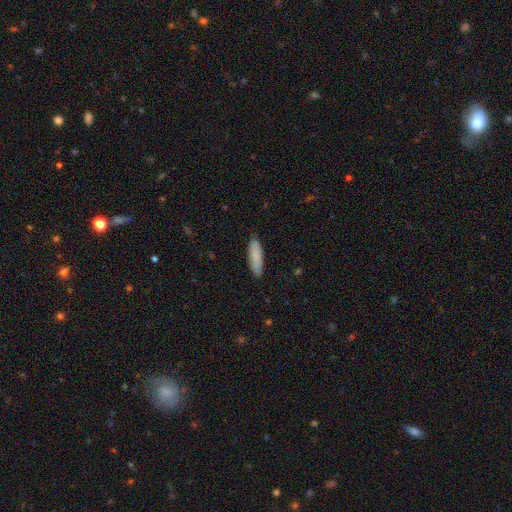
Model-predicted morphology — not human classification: A smooth galaxy with no disk features (85%) that is cigar-shaped (55%).

Vote fractions:
- Smooth or featured? smooth: 85% / featured or disk: 9% / star or artifact: 6%
- How rounded? cigar-shaped: 55% / in between: 43% / round: 1%
- Merging? none: 86% / minor disturbance: 11% / major disturbance: 2% / merger: 1%